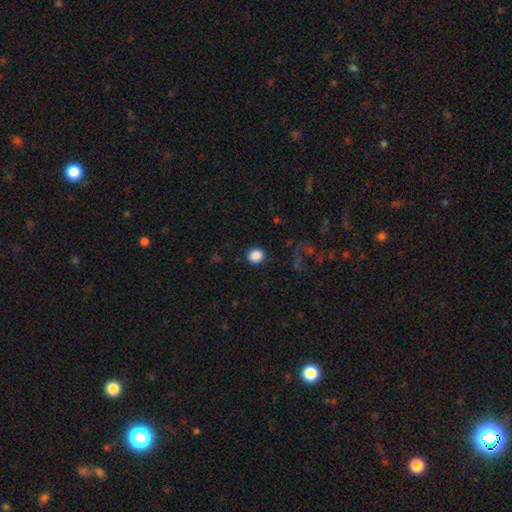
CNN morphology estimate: This appears to be a smooth galaxy with no disk features (87%) that is round (84%). Merging: none (90%).